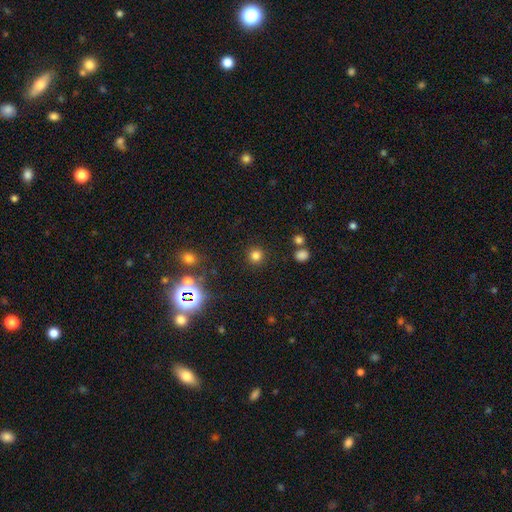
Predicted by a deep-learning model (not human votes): Smooth or featured: smooth — 78% (star or artifact — 17%)
How rounded: round — 93% (in between — 6%)
Merging: none — 88% (minor disturbance — 6%)